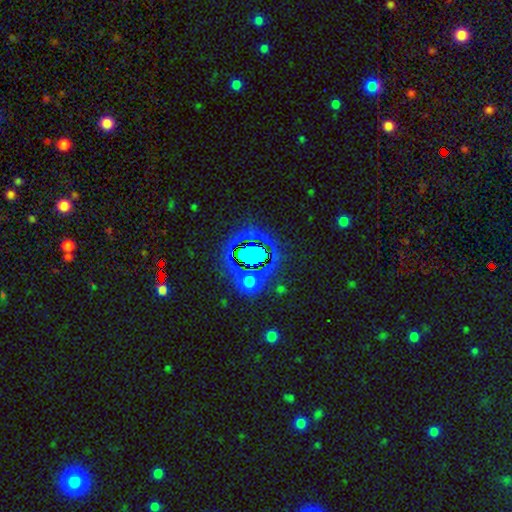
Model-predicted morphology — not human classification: star or artifact 76%, smooth 14%, featured or disk 10%.